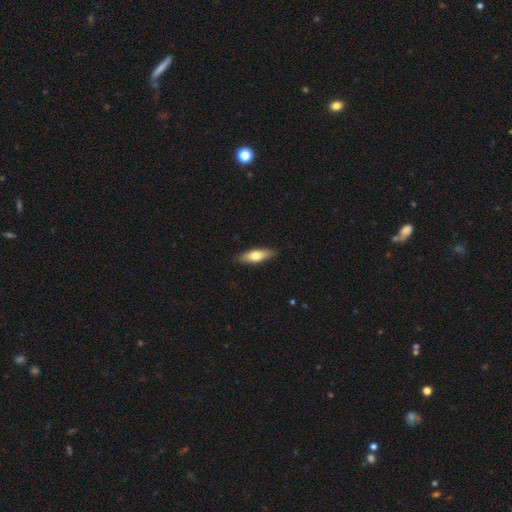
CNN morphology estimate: type=smooth (68%); roundness=in between (56%); merging=none (88%).